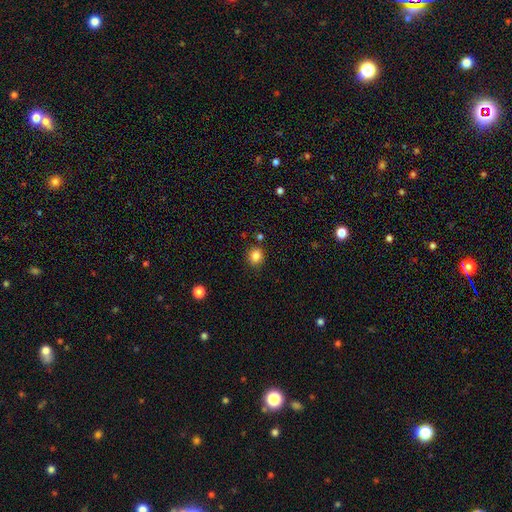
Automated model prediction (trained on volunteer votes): Smooth or featured? Predicted: smooth (p=0.84). How rounded? Predicted: round (p=0.81). Merging? Predicted: none (p=0.84).